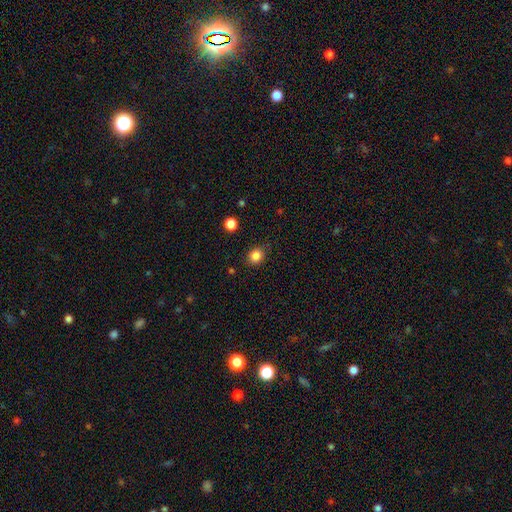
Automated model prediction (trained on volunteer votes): This is clearly a smooth galaxy (85%). How rounded: likely round (71%). Merging: clearly none (86%).